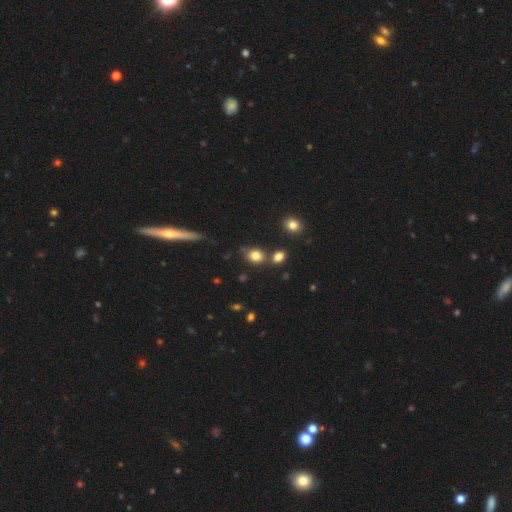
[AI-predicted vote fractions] A smooth galaxy with no disk features (81%) that is round (58%).

Vote fractions:
- Smooth or featured? smooth: 81% / star or artifact: 12% / featured or disk: 7%
- How rounded? round: 58% / in between: 41% / cigar-shaped: 2%
- Merging? none: 69% / merger: 15% / minor disturbance: 13% / major disturbance: 4%